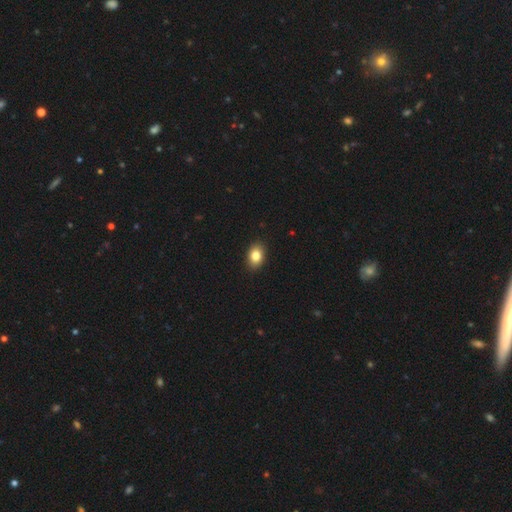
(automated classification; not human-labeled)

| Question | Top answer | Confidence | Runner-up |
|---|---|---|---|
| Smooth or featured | smooth | 84% | star or artifact (8%) |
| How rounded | in between | 81% | round (18%) |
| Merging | none | 90% | minor disturbance (7%) |